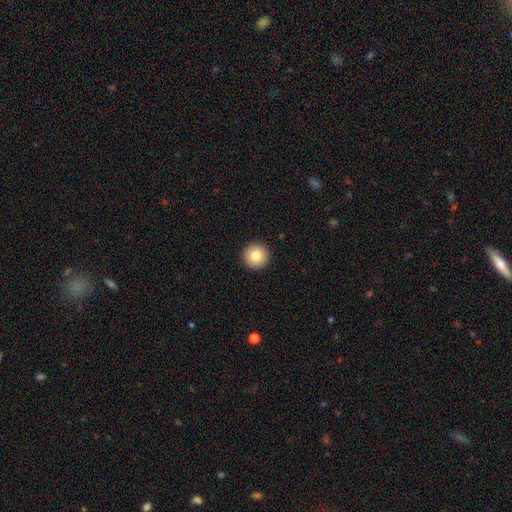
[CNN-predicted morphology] Smooth or featured? Predicted: smooth (p=0.82). How rounded? Predicted: round (p=0.96). Merging? Predicted: none (p=0.94).